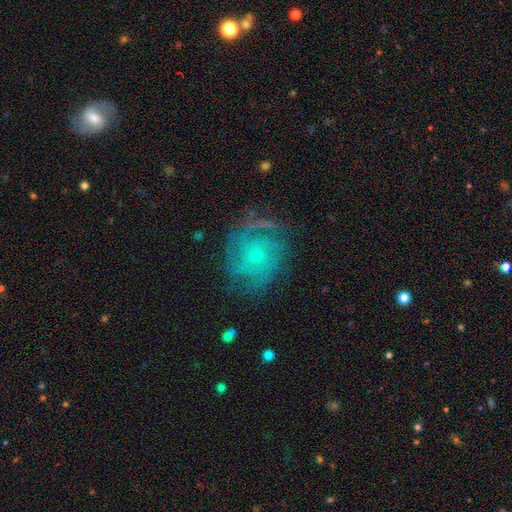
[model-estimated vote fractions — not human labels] Morphology: type=featured or disk (79%); edge-on=no (98%); bar=no (80%); spiral arms=yes (94%); winding=tight (52%); arm count=can't tell (28%); bulge=small (76%); merging=none (69%).